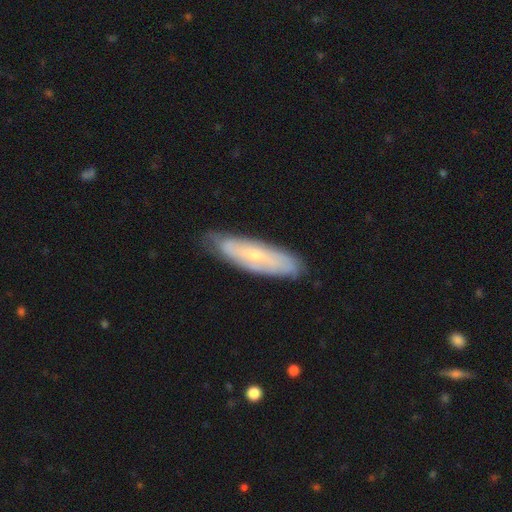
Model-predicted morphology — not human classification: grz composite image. It shows a featured or disk galaxy (54%). Merging: none (75%).